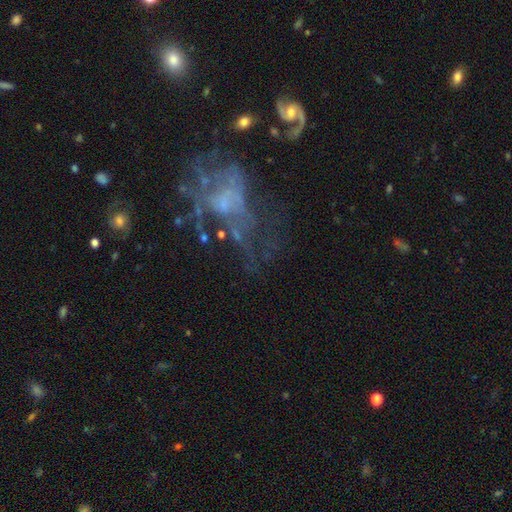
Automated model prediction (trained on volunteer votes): smooth-or-featured: featured or disk: 55% | star or artifact: 28% | smooth: 17%
  disk-edge-on: no: 95% | yes: 5%
    bar: no: 80% | weak: 16% | strong: 4%
    has-spiral-arms: no: 63% | yes: 37%
    bulge-size: small: 41% | none: 36% | moderate: 19% | large: 3% | dominant: 2%
  merging: none: 39% | major disturbance: 37% | minor disturbance: 16% | merger: 7%